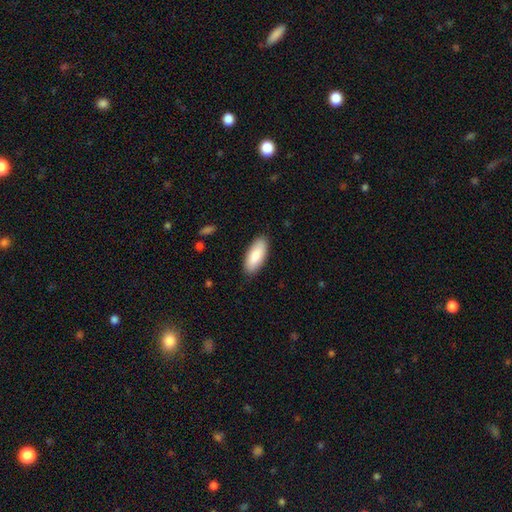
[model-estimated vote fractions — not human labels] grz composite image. It shows a smooth galaxy with no disk features (84%) that is in between round and cigar-shaped (83%). Merging: none (87%).